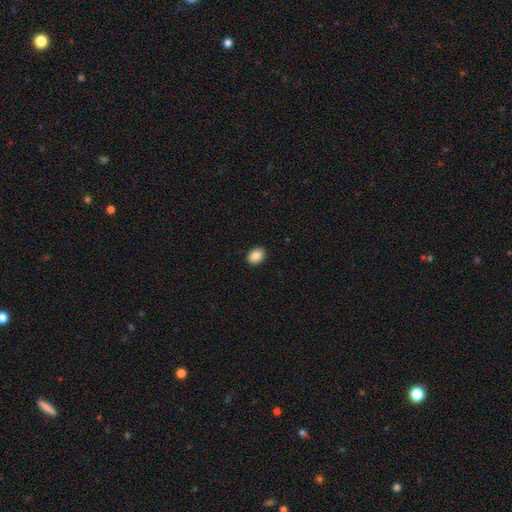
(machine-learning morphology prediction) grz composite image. It shows a smooth galaxy with no disk features (88%) that is in between round and cigar-shaped (72%). Merging: none (91%).